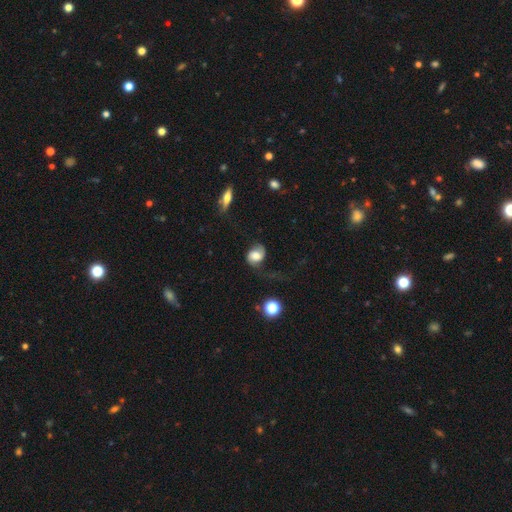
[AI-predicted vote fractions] Smooth or featured?
  - featured or disk: 48% *
  - smooth: 43%
  - star or artifact: 9%
Merging?
  - none: 43% *
  - major disturbance: 30%
  - minor disturbance: 23%
  - merger: 4%